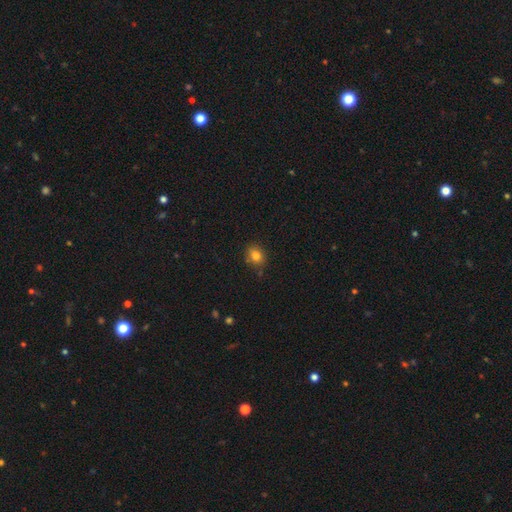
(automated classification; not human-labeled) Overall: smooth (81%). How rounded: round (64%; in between 35%). Merging: none (83%).